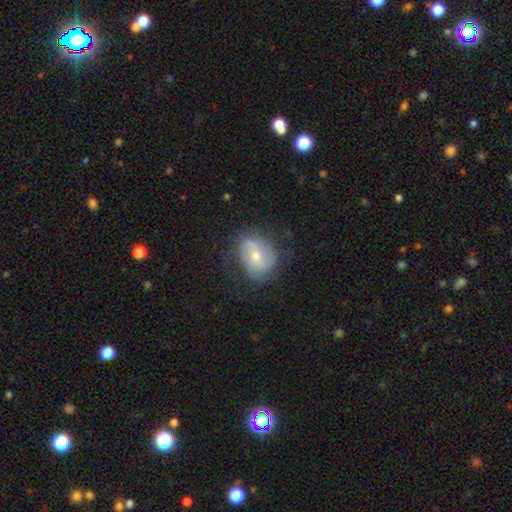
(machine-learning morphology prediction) A featured or disk galaxy (59%) with a weak bar (42%), spiral arms (76%) and a moderate central bulge (51%). Merging: none (67%).